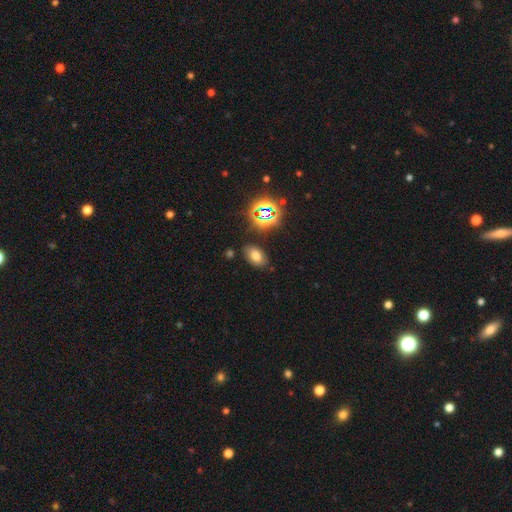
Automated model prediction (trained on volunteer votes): Smooth or featured: smooth — 67% (star or artifact — 22%)
How rounded: in between — 87% (round — 11%)
Merging: none — 84% (minor disturbance — 10%)